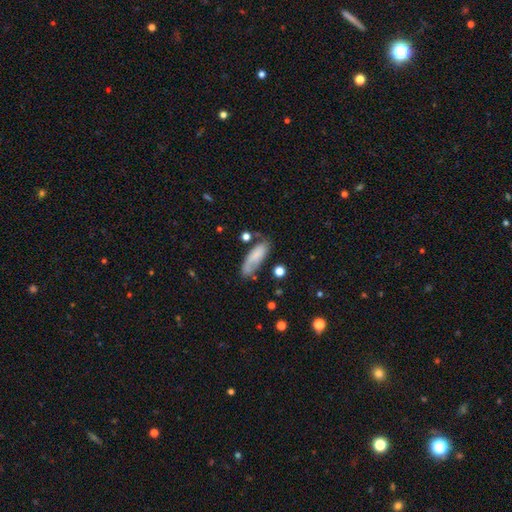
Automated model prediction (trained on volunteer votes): Q: Smooth or featured?
A: smooth (69%); runner-up: featured or disk (23%)
Q: How rounded?
A: in between (62%); runner-up: cigar-shaped (36%)
Q: Merging?
A: none (53%); runner-up: minor disturbance (27%)